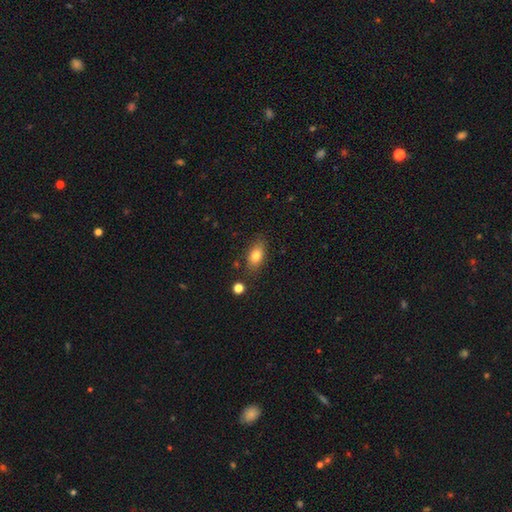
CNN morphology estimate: smooth 79%, featured or disk 12%, star or artifact 9%. Down the decision tree: how rounded — in between (84%); merging — none (79%).